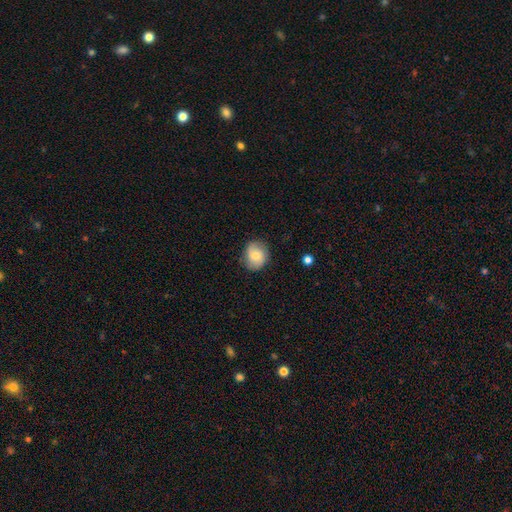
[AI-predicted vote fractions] smooth_or_featured: smooth (p=0.71) [alt: featured or disk p=0.22]
how_rounded: round (p=0.69) [alt: in between p=0.30]
merging: none (p=0.80) [alt: minor disturbance p=0.16]